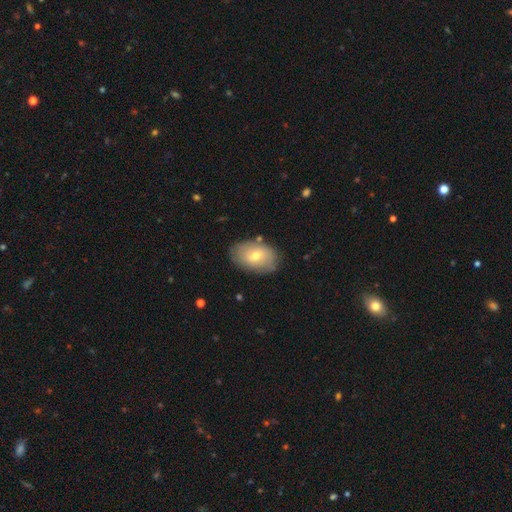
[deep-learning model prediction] Smooth or featured? Predicted: smooth (p=0.60). How rounded? Predicted: in between (p=0.87). Merging? Predicted: none (p=0.81).